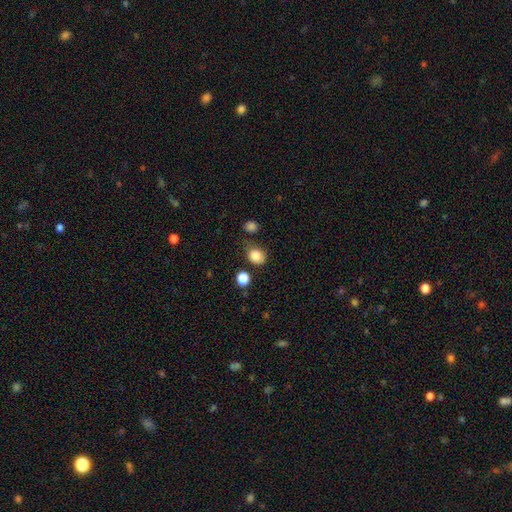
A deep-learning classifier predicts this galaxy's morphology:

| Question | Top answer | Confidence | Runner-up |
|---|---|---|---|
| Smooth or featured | smooth | 85% | star or artifact (10%) |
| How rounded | round | 55% | in between (44%) |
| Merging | none | 68% | minor disturbance (20%) |